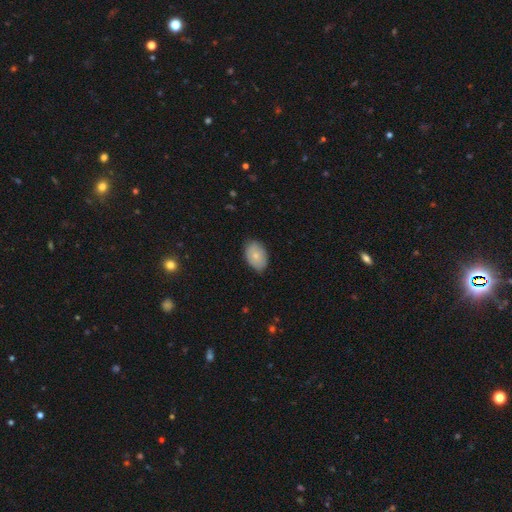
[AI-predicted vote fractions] Smooth or featured?
  - smooth: 75% *
  - featured or disk: 19%
  - star or artifact: 7%
How rounded?
  - in between: 87% *
  - round: 11%
  - cigar-shaped: 1%
Merging?
  - none: 76% *
  - minor disturbance: 20%
  - major disturbance: 3%
  - merger: 1%